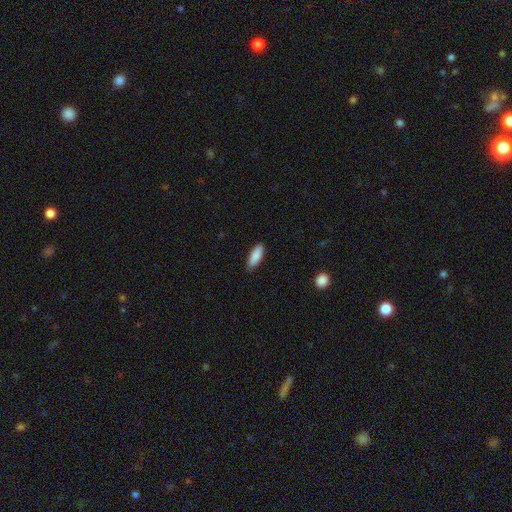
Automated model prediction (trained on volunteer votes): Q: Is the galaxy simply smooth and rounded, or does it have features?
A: smooth — 88%.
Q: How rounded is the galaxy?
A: in between — 66%.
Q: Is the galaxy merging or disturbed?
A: none — 86%.